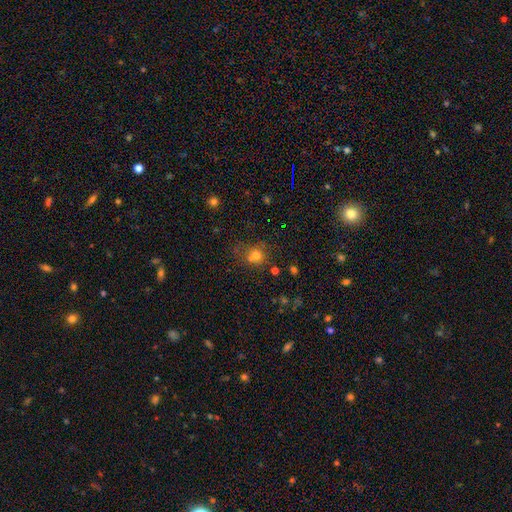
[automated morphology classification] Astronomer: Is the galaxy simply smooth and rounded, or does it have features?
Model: smooth — 72%.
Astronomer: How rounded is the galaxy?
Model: round — 78%.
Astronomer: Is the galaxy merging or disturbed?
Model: none — 49% (runner-up: merger, 25%).